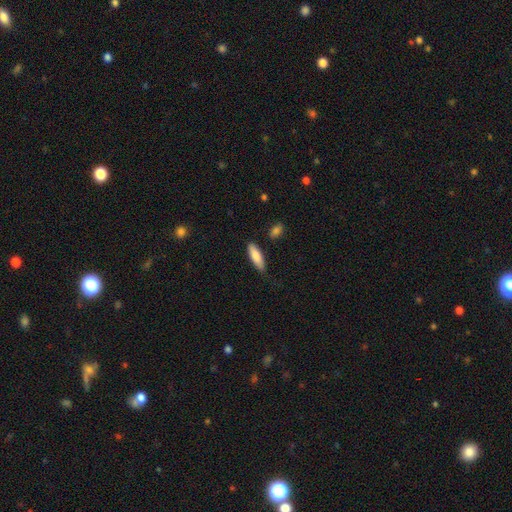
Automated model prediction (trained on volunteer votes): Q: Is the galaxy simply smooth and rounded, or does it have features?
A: smooth — 83%.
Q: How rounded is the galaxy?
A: in between — 50%.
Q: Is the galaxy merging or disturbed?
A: none — 74%.